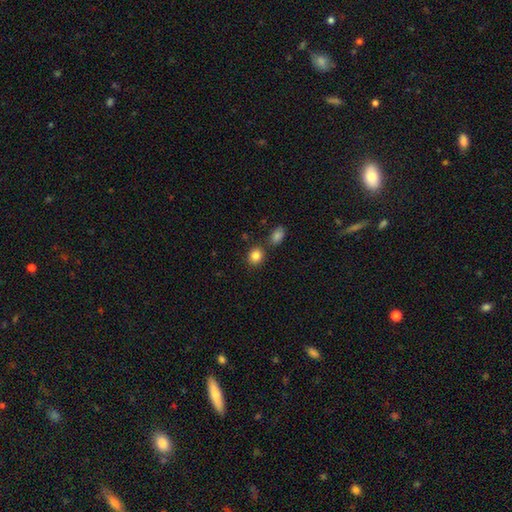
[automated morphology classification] smooth-or-featured: smooth: 85% | star or artifact: 10% | featured or disk: 5%
  how-rounded: round: 71% | in between: 28% | cigar-shaped: 1%
  merging: none: 76% | merger: 12% | minor disturbance: 10% | major disturbance: 3%